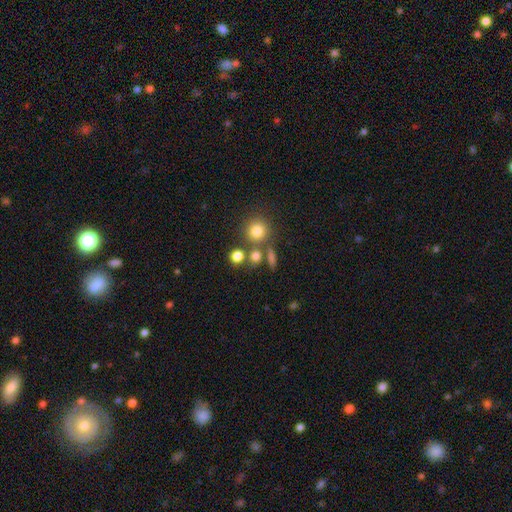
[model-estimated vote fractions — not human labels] Smooth or featured: smooth — 75% (star or artifact — 15%)
How rounded: round — 77% (in between — 19%)
Merging: none — 66% (merger — 19%)